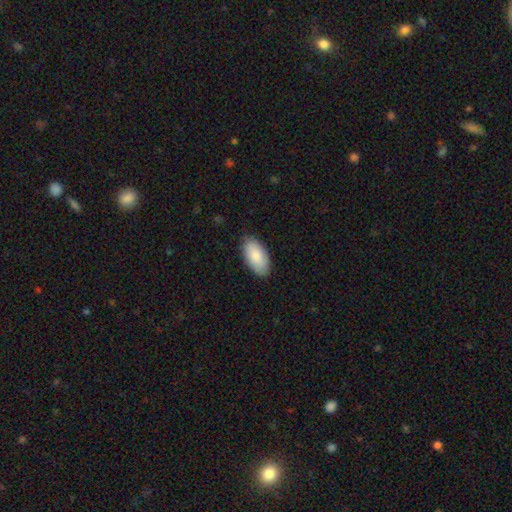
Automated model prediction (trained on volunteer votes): Smooth or featured: smooth — 87% (featured or disk — 8%)
How rounded: in between — 95% (cigar-shaped — 3%)
Merging: none — 86% (minor disturbance — 11%)